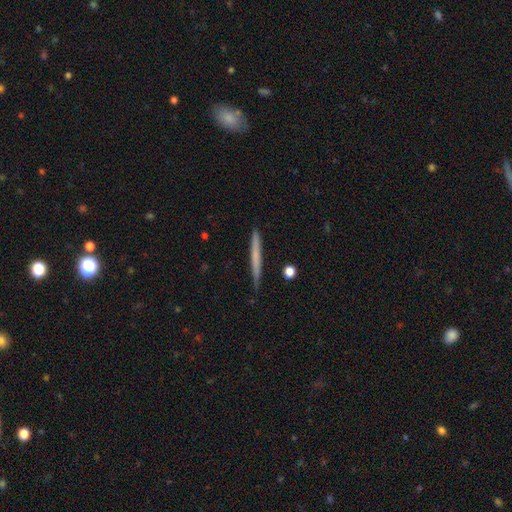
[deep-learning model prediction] Q: Smooth or featured?
A: smooth (57%); runner-up: featured or disk (37%)
Q: How rounded?
A: cigar-shaped (97%); runner-up: in between (2%)
Q: Merging?
A: none (87%); runner-up: minor disturbance (10%)